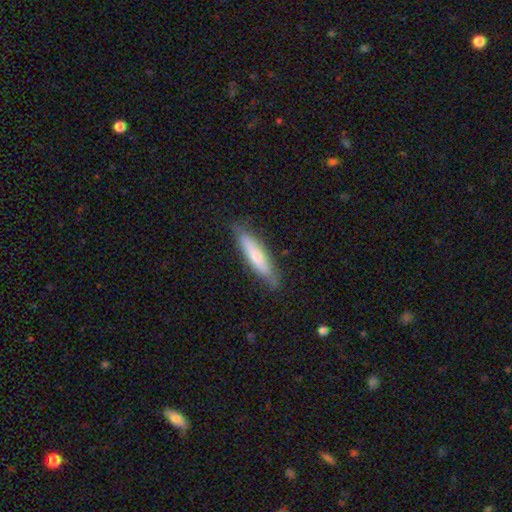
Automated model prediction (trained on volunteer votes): This appears to be a smooth galaxy with no disk features (66%) that is cigar-shaped (83%). Merging: none (81%).